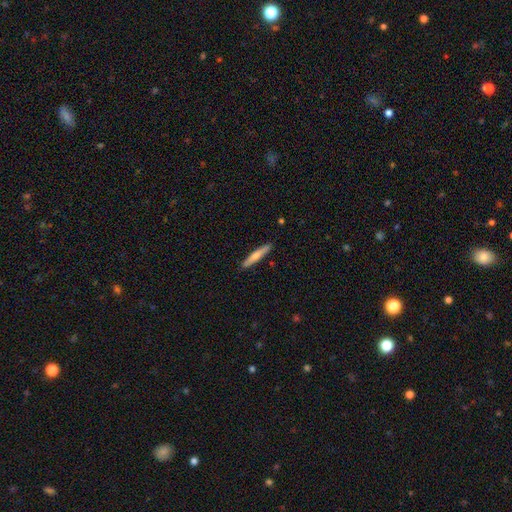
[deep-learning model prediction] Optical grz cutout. It shows a smooth galaxy with no disk features (61%) that is cigar-shaped (93%). Merging: none (90%).